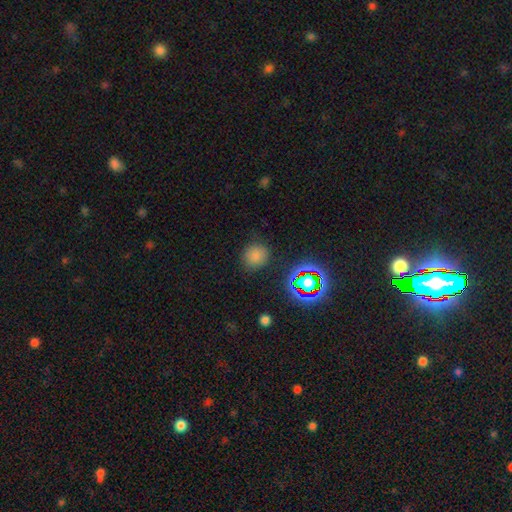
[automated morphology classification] A smooth galaxy with no disk features (74%) that is round (81%). Merging: none (85%).